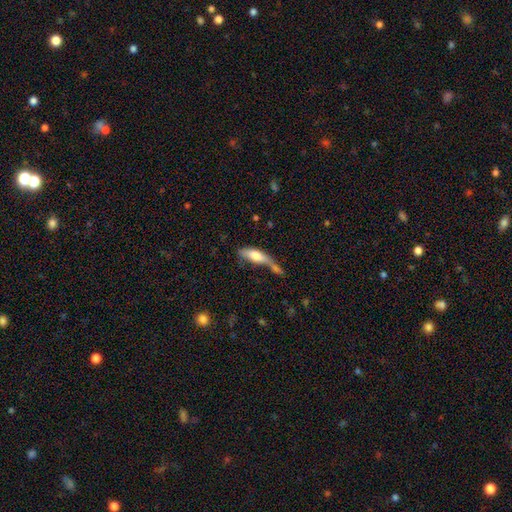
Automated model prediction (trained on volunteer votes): A smooth galaxy with no disk features (67%) that is in between round and cigar-shaped (54%).

Vote fractions:
- Smooth or featured? smooth: 67% / featured or disk: 27% / star or artifact: 7%
- How rounded? in between: 54% / cigar-shaped: 44% / round: 3%
- Merging? merger: 45% / none: 26% / minor disturbance: 16% / major disturbance: 14%